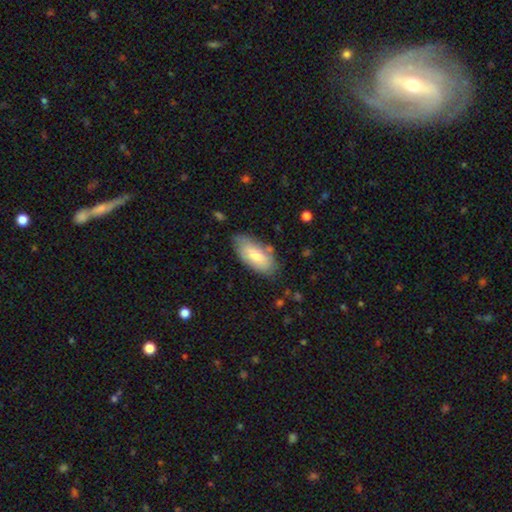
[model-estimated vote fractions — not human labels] smooth 69%, featured or disk 25%, star or artifact 6%. Down the decision tree: how rounded — in between (90%); merging — none (71%).